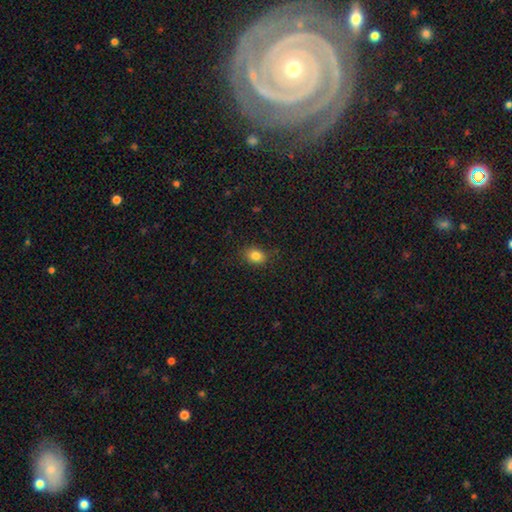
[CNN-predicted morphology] smooth-or-featured: smooth: 83% | star or artifact: 11% | featured or disk: 6%
  how-rounded: in between: 56% | round: 43% | cigar-shaped: 1%
  merging: none: 84% | minor disturbance: 12% | major disturbance: 3% | merger: 1%